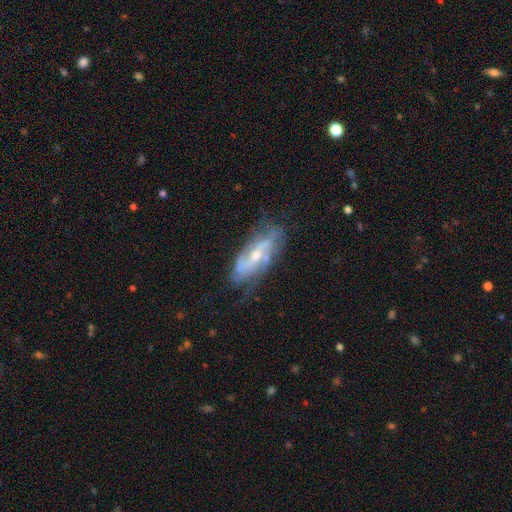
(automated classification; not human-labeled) Smooth or featured?
  - featured or disk: 81% *
  - smooth: 12%
  - star or artifact: 6%
Edge-on disk?
  - no: 86% *
  - yes: 14%
Bar?
  - weak: 42% *
  - no: 38%
  - strong: 20%
Spiral arms?
  - yes: 90% *
  - no: 10%
Spiral winding?
  - medium: 41% *
  - loose: 33%
  - tight: 26%
Spiral arm count?
  - 2: 65% *
  - can't tell: 21%
  - 3: 6%
  - 1: 3%
  - 4: 3%
  - more than 4: 2%
Bulge size?
  - small: 48% *
  - moderate: 47%
  - none: 2%
  - large: 2%
  - dominant: 1%
Merging?
  - none: 68% *
  - minor disturbance: 22%
  - major disturbance: 9%
  - merger: 2%